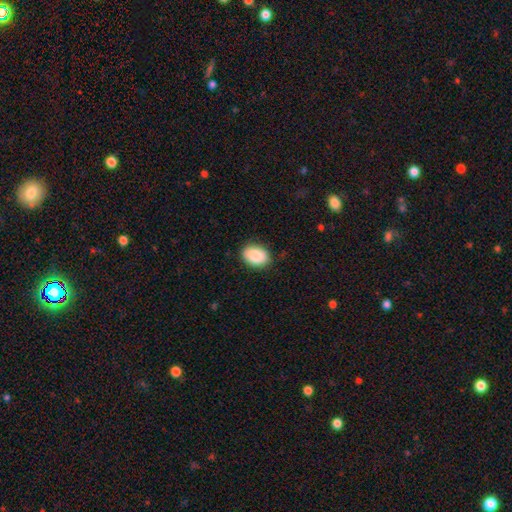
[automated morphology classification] Q: Smooth or featured?
A: smooth (88%); runner-up: star or artifact (7%)
Q: How rounded?
A: in between (79%); runner-up: round (20%)
Q: Merging?
A: none (85%); runner-up: minor disturbance (11%)